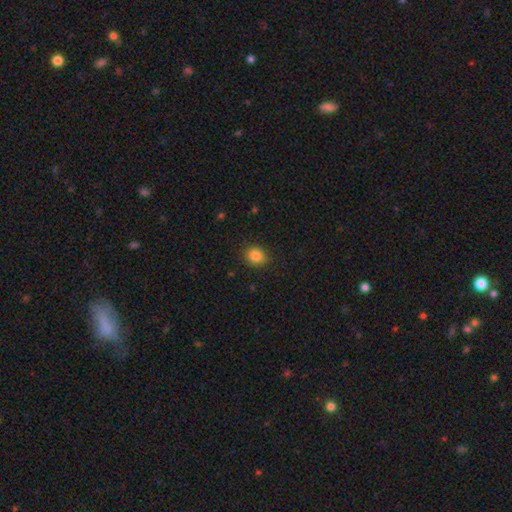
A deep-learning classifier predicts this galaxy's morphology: Q: Smooth or featured?
A: smooth (85%); runner-up: star or artifact (11%)
Q: How rounded?
A: round (67%); runner-up: in between (32%)
Q: Merging?
A: none (89%); runner-up: minor disturbance (8%)